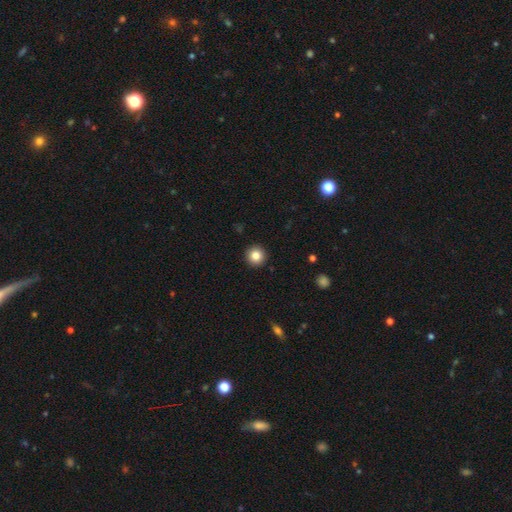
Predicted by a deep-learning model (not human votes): smooth_or_featured: smooth (p=0.84) [alt: star or artifact p=0.10]
how_rounded: round (p=0.96) [alt: in between p=0.03]
merging: none (p=0.93) [alt: minor disturbance p=0.04]